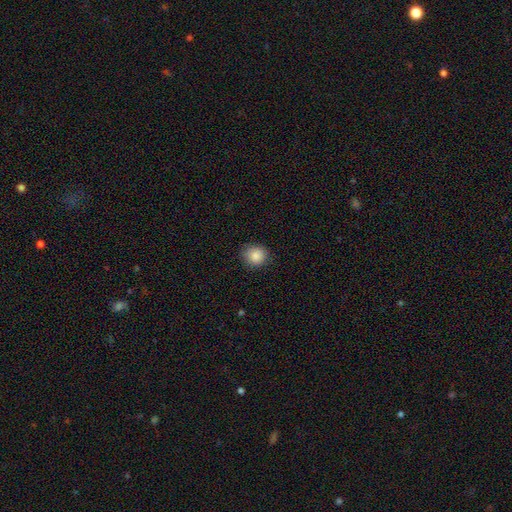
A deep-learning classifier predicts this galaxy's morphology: Smooth or featured: smooth — 87% (star or artifact — 9%)
How rounded: round — 83% (in between — 16%)
Merging: none — 84% (minor disturbance — 12%)